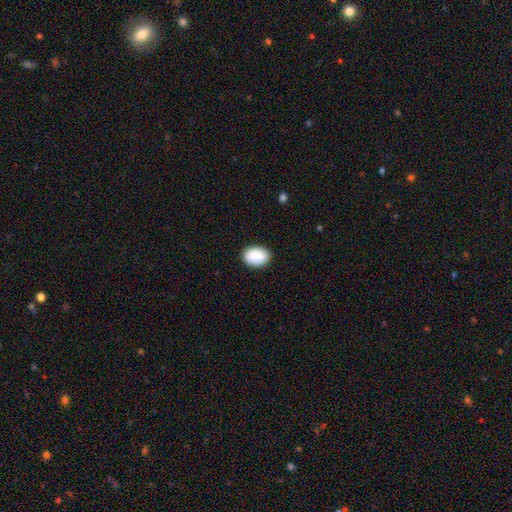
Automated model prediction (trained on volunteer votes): smooth 89%, star or artifact 6%, featured or disk 4%. Down the decision tree: how rounded — in between (83%); merging — none (87%).